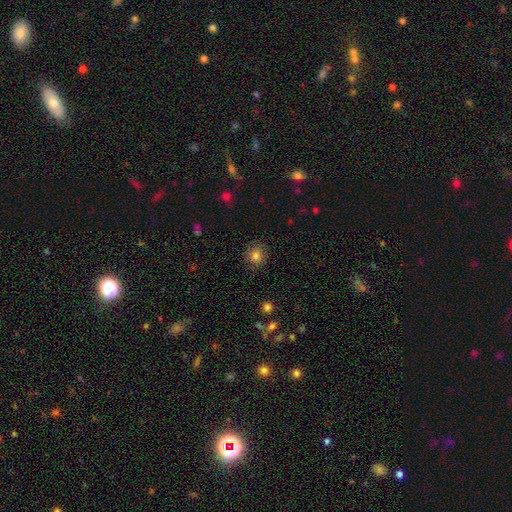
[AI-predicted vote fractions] A smooth galaxy with no disk features (81%) that is round (86%).

Vote fractions:
- Smooth or featured? smooth: 81% / star or artifact: 11% / featured or disk: 8%
- How rounded? round: 86% / in between: 13% / cigar-shaped: 1%
- Merging? none: 86% / minor disturbance: 10% / major disturbance: 3% / merger: 1%